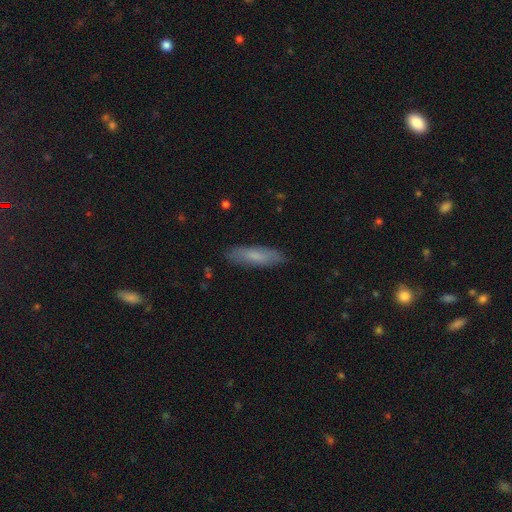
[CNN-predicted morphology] smooth-or-featured: smooth: 75% | featured or disk: 19% | star or artifact: 6%
  how-rounded: cigar-shaped: 68% | in between: 31% | round: 1%
  merging: none: 85% | minor disturbance: 11% | major disturbance: 2% | merger: 1%